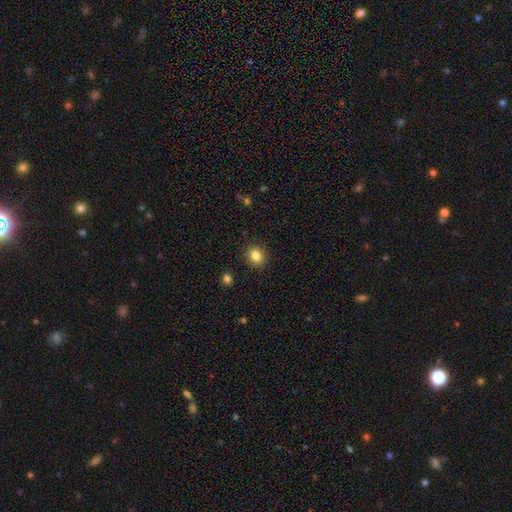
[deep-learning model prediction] Smooth or featured: smooth — 84% (star or artifact — 11%)
How rounded: round — 74% (in between — 25%)
Merging: none — 90% (minor disturbance — 7%)